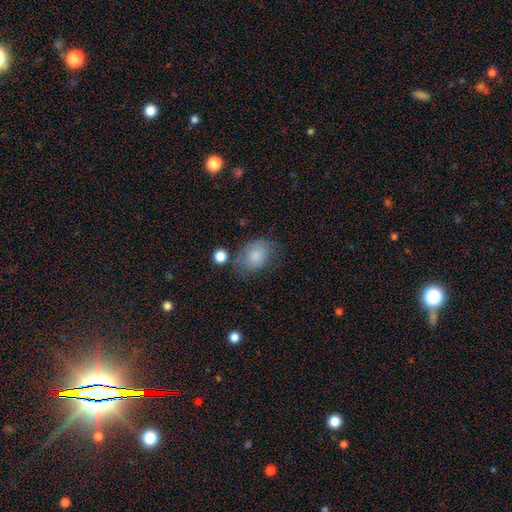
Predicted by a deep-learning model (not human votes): Overall: smooth (82%). How rounded: in between (73%). Merging: none (56%; minor disturbance 28%).